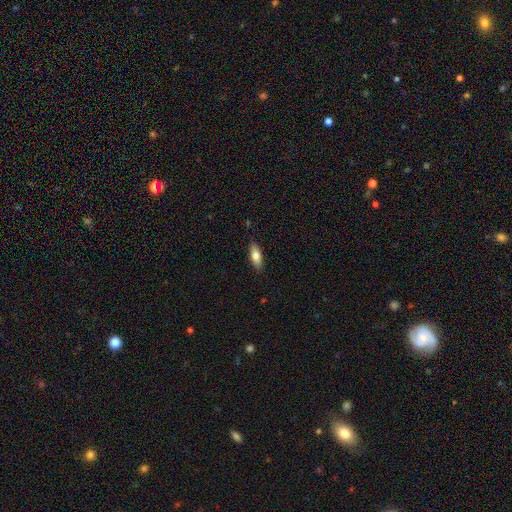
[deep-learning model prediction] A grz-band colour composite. It shows a smooth galaxy with no disk features (75%) that is in between round and cigar-shaped (72%). Merging: none (87%).